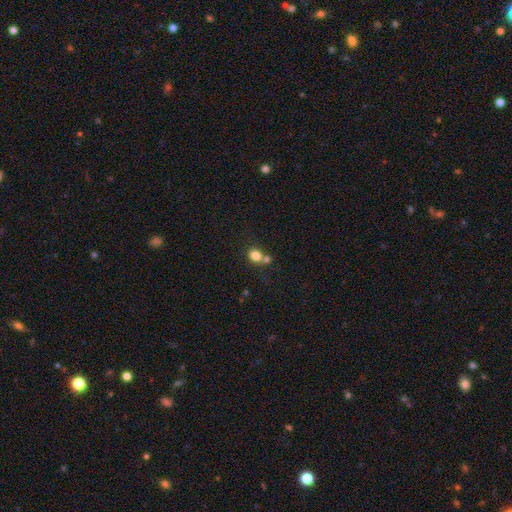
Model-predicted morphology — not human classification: The model was most divided on "merging": none: 49%, merger: 38%, minor disturbance: 10%, major disturbance: 4%. More confident: smooth or featured — smooth (80%); how rounded — round (69%).